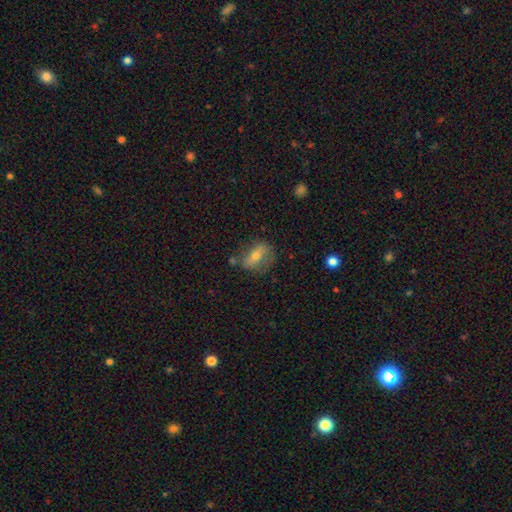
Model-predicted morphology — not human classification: Q: Smooth or featured?
A: smooth (54%); runner-up: featured or disk (37%)
Q: How rounded?
A: in between (72%); runner-up: round (20%)
Q: Merging?
A: none (63%); runner-up: minor disturbance (22%)